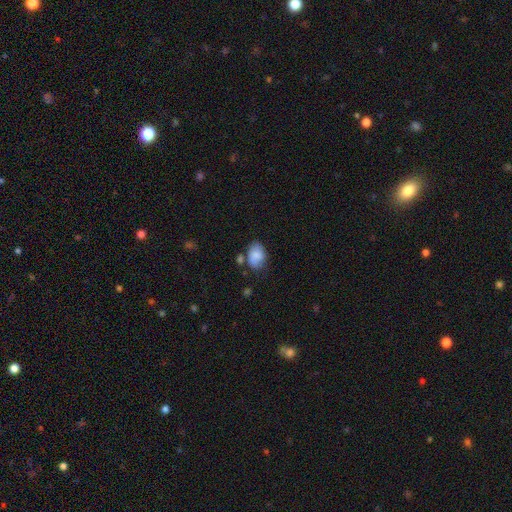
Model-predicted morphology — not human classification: smooth 76%, featured or disk 16%, star or artifact 8%. Down the decision tree: how rounded — in between (80%); merging — none (59%).